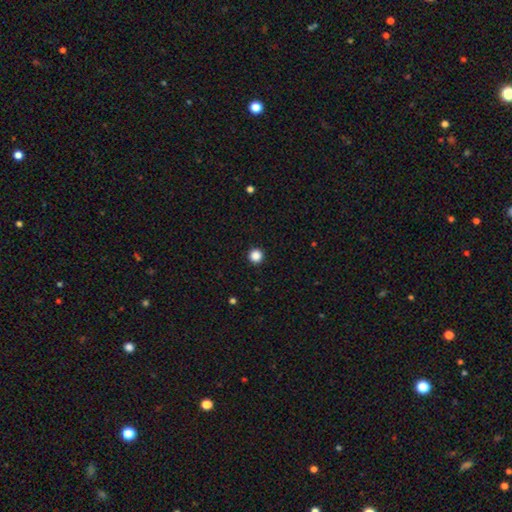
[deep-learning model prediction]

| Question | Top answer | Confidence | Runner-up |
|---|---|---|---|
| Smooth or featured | smooth | 86% | star or artifact (11%) |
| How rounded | round | 97% | in between (2%) |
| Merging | none | 94% | minor disturbance (4%) |